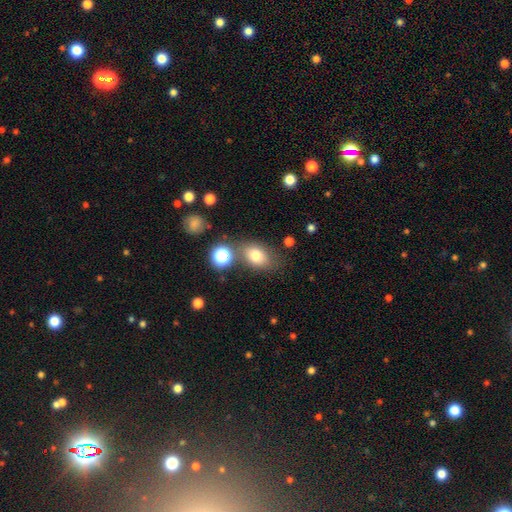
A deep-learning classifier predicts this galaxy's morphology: Overall: smooth (75%). How rounded: in between (74%). Merging: none (69%).